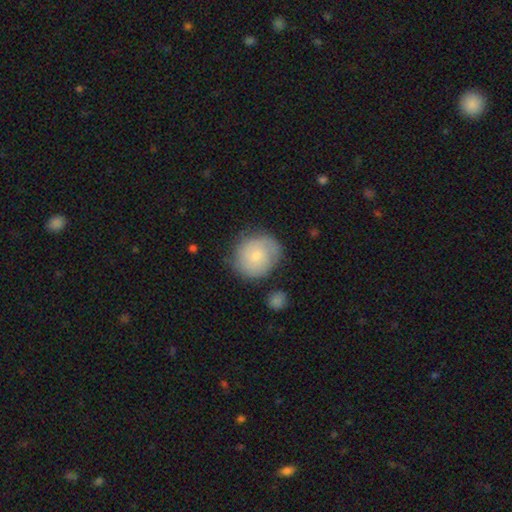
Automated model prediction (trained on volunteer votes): Smooth or featured: smooth — 60% (featured or disk — 33%)
How rounded: round — 82% (in between — 17%)
Merging: none — 70% (minor disturbance — 20%)